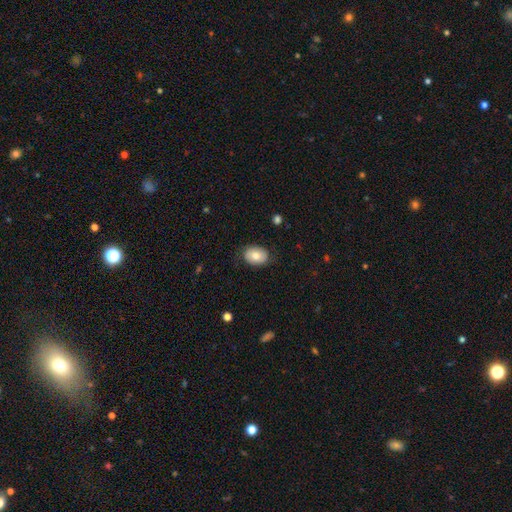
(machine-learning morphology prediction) Overall: smooth (76%). How rounded: in between (72%). Merging: none (83%).